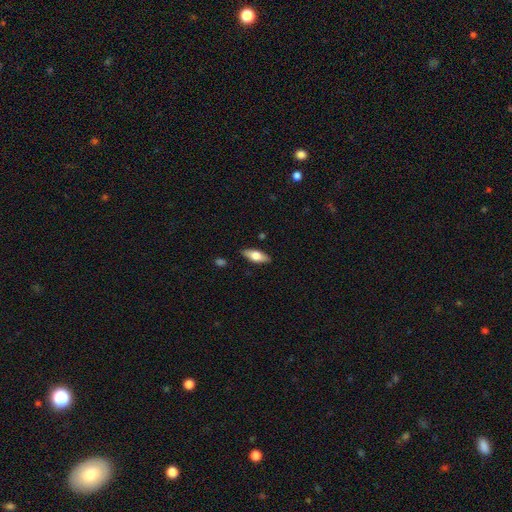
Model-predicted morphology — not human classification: A smooth galaxy with no disk features (62%) that is in between round and cigar-shaped (76%).

Vote fractions:
- Smooth or featured? smooth: 62% / featured or disk: 32% / star or artifact: 6%
- How rounded? in between: 76% / cigar-shaped: 22% / round: 3%
- Merging? none: 86% / minor disturbance: 10% / major disturbance: 2% / merger: 1%